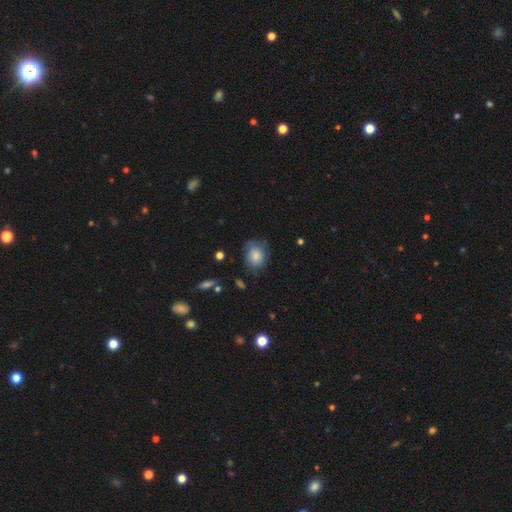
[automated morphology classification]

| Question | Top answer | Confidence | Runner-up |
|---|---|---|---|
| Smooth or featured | smooth | 76% | featured or disk (16%) |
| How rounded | round | 54% | in between (45%) |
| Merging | none | 65% | minor disturbance (25%) |